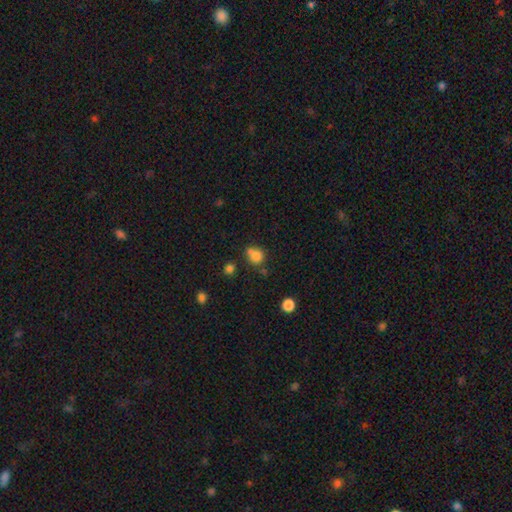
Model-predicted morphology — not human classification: This is clearly a smooth galaxy (80%). How rounded: likely round (69%). Merging: possibly none (49%).